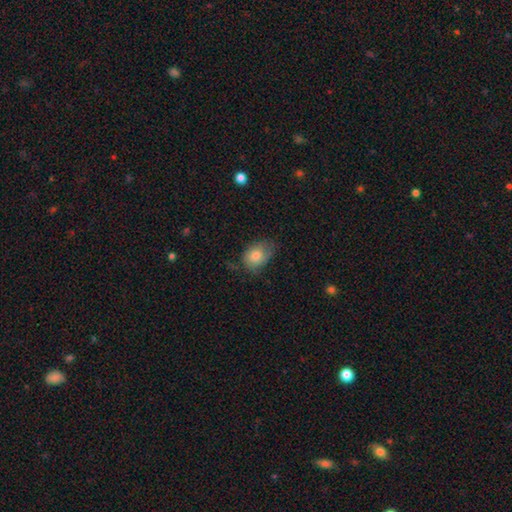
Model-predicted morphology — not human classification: This appears to be a smooth galaxy with no disk features (76%) that is in between round and cigar-shaped (73%). Merging: none (53%).